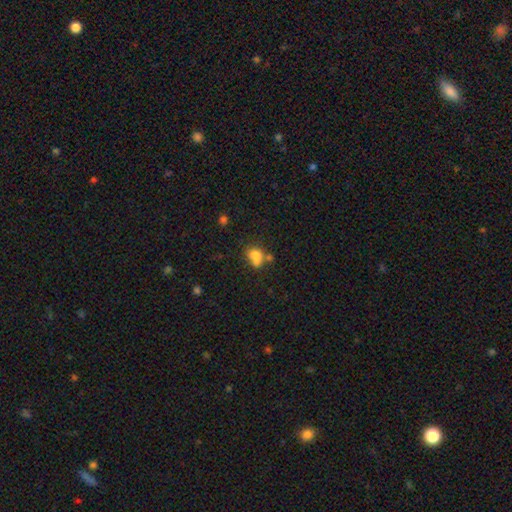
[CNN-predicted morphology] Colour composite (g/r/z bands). It shows a smooth galaxy with no disk features (73%) that is round (58%). Merging: merger (45%).